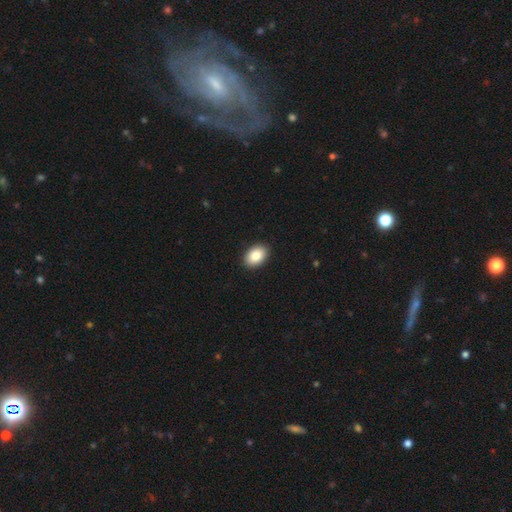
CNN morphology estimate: type=smooth (87%); roundness=in between (87%); merging=none (91%).